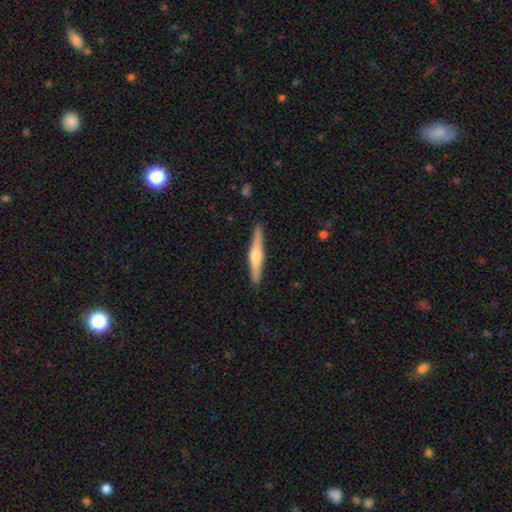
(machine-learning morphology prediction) type=featured or disk (65%); edge-on=yes (97%); edge-on bulge=rounded (91%); merging=none (90%).